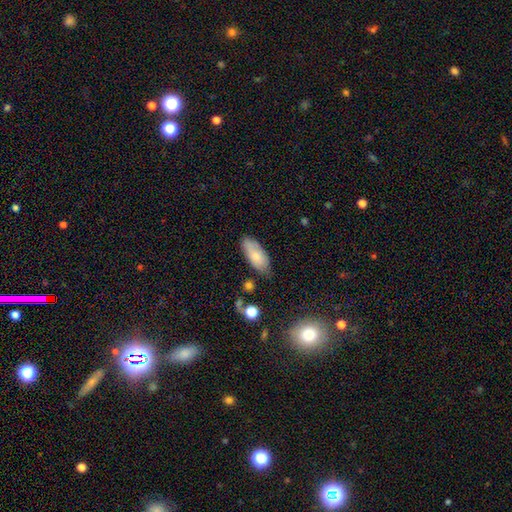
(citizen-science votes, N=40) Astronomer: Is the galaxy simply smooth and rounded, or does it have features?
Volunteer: smooth — 80%.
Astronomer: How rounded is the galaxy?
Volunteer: in between — 84%.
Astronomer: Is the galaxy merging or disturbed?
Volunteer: none — 63%.